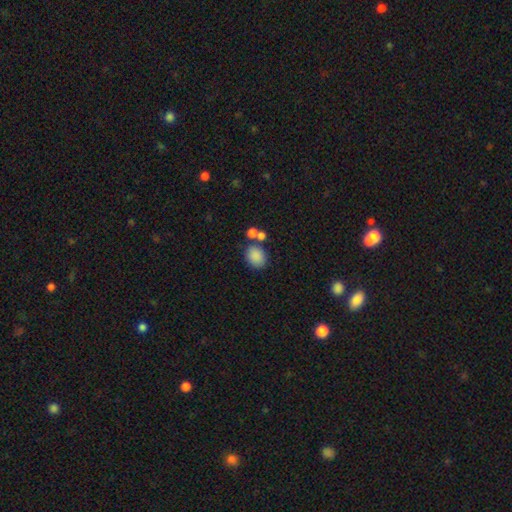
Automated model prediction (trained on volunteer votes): Q: Smooth or featured?
A: smooth (85%); runner-up: star or artifact (9%)
Q: How rounded?
A: in between (51%); runner-up: round (48%)
Q: Merging?
A: none (62%); runner-up: merger (21%)